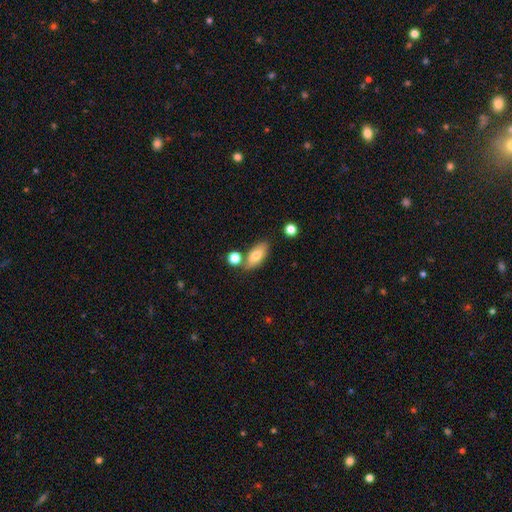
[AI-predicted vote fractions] A smooth galaxy with no disk features (77%) that is in between round and cigar-shaped (85%). Merging: none (70%).